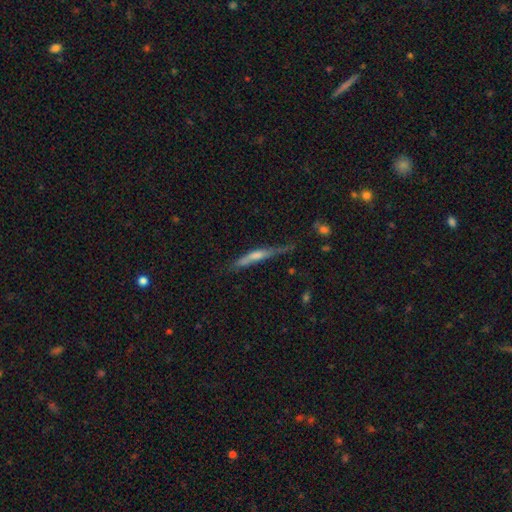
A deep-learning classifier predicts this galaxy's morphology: A featured or disk galaxy (70%) viewed edge-on (95%) with a rounded central bulge (74%). Merging: none (77%).